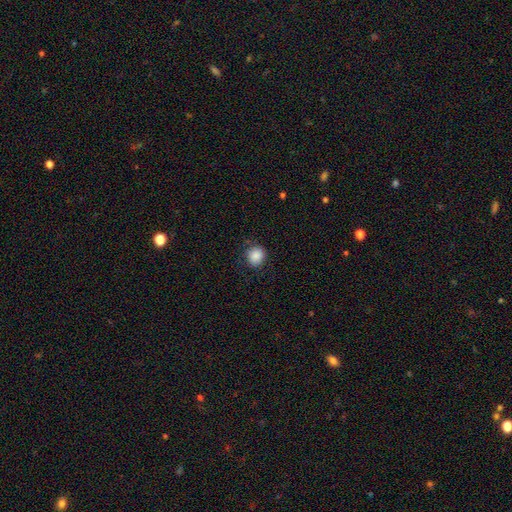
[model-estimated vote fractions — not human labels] Smooth or featured?
  - smooth: 87% *
  - star or artifact: 9%
  - featured or disk: 4%
How rounded?
  - round: 78% *
  - in between: 21%
  - cigar-shaped: 1%
Merging?
  - none: 81% *
  - minor disturbance: 14%
  - major disturbance: 4%
  - merger: 1%